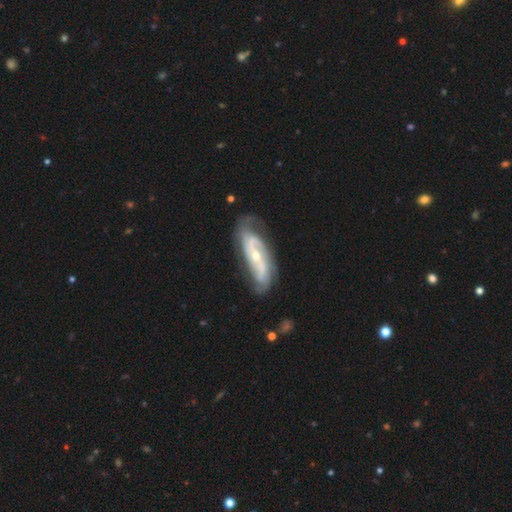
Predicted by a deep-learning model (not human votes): This is clearly a featured or disk galaxy (84%). It is clearly not viewed edge-on (88%). Bar: marginally no (41%). Spiral arm pattern: clearly yes (92%). Spiral arm count: likely 2 (69%). Spiral winding: marginally medium (39%). Central bulge: likely small (62%). Merging: likely none (67%).